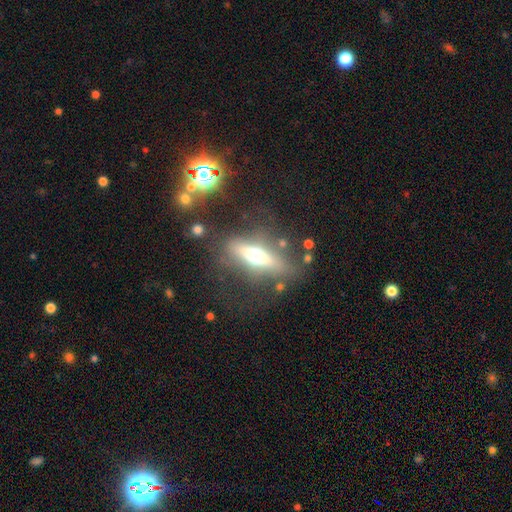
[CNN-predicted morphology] Smooth or featured? featured or disk (51%)
Edge-on disk? yes (78%)
Merging? none (72%)